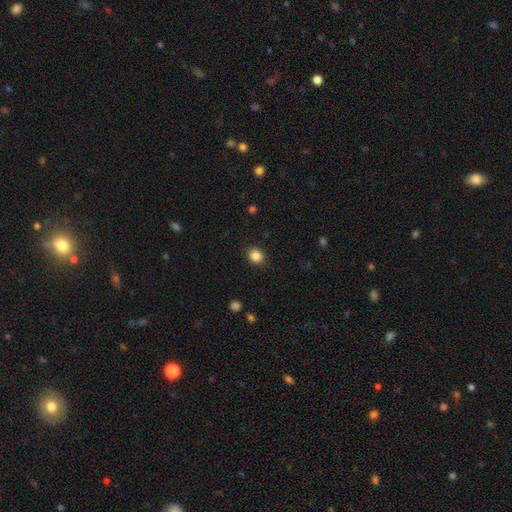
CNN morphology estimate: This is clearly a smooth galaxy (86%). How rounded: likely round (73%). Merging: clearly none (90%).